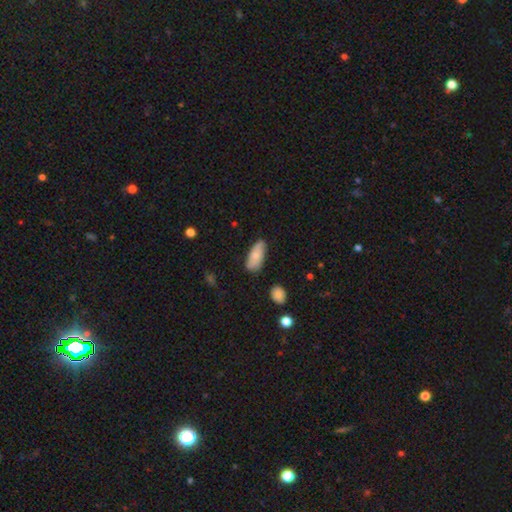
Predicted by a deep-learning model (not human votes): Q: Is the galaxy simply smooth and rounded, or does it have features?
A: smooth — 66%.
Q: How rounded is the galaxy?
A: in between — 86%.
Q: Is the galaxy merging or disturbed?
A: none — 70%.